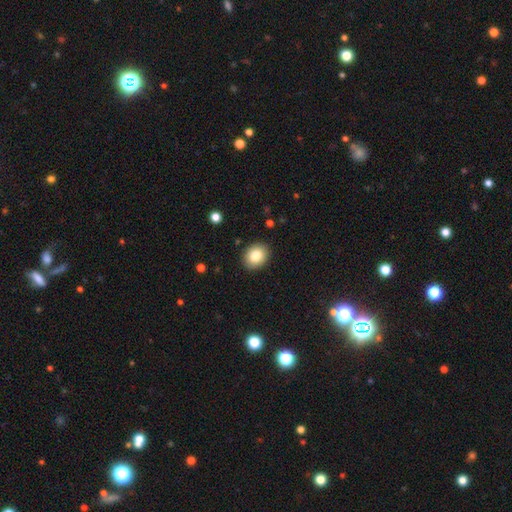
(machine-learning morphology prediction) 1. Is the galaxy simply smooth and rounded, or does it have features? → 83% smooth, 9% star or artifact, 9% featured or disk.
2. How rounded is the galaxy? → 52% round, 48% in between, 1% cigar-shaped.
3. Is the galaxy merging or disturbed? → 90% none, 7% minor disturbance, 2% major disturbance, 1% merger.